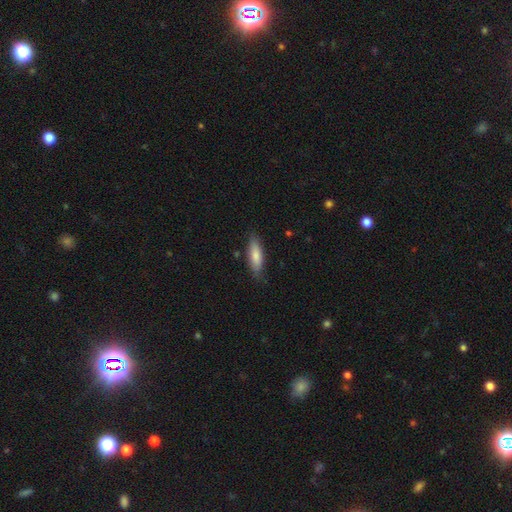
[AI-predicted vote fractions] Morphology: type=smooth (78%); roundness=cigar-shaped (52%); merging=none (79%).